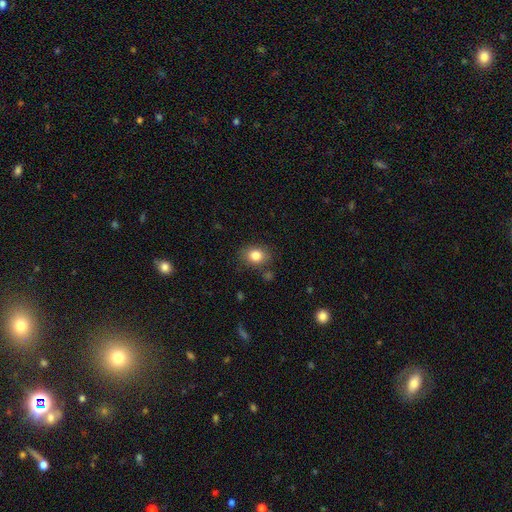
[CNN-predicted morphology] Smooth or featured: smooth — 83% (star or artifact — 10%)
How rounded: in between — 51% (round — 48%)
Merging: none — 80% (minor disturbance — 13%)